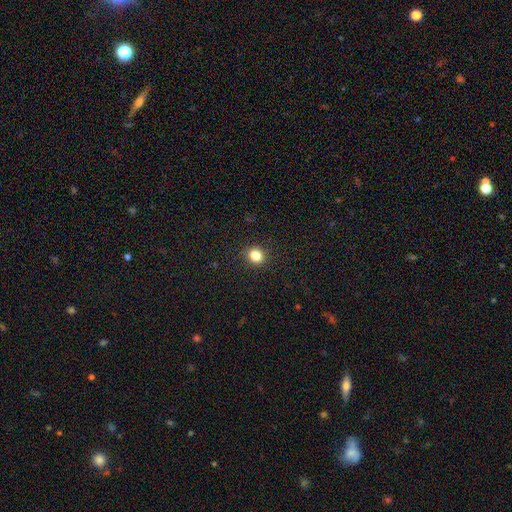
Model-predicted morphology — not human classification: This is clearly a smooth galaxy (84%). How rounded: likely round (77%). Merging: clearly none (90%).